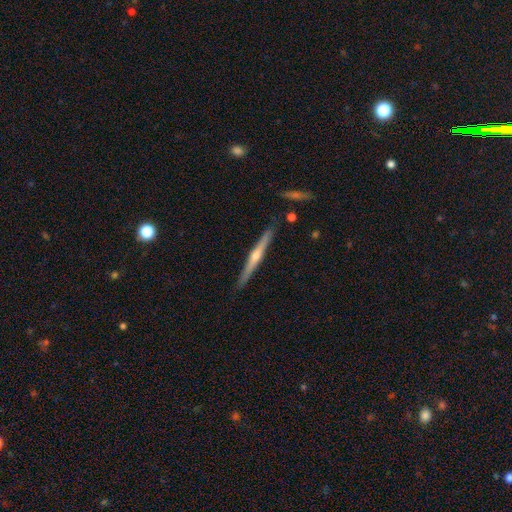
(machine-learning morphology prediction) smooth-or-featured: featured or disk: 74% | smooth: 20% | star or artifact: 6%
  disk-edge-on: yes: 98% | no: 2%
    edge-on-bulge: rounded: 83% | none: 14% | boxy: 4%
  merging: none: 90% | minor disturbance: 7% | merger: 2% | major disturbance: 1%